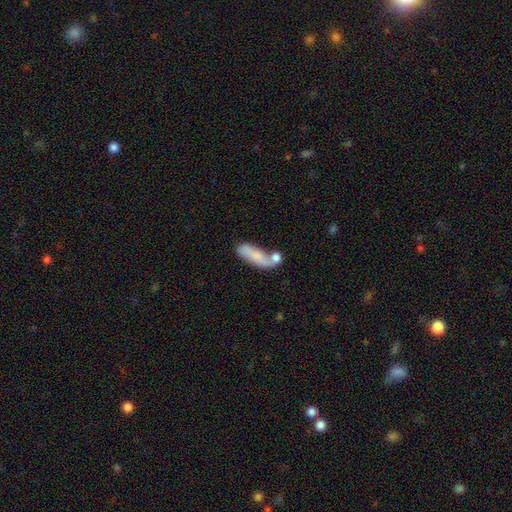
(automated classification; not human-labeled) Overall: smooth (70%). How rounded: in between (54%; cigar-shaped 43%). Merging: none (38%; merger 35%).